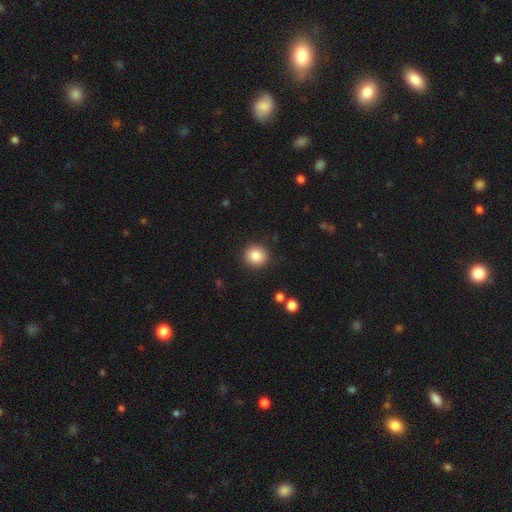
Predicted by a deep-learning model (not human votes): Overall: smooth (85%). How rounded: round (91%). Merging: none (91%).